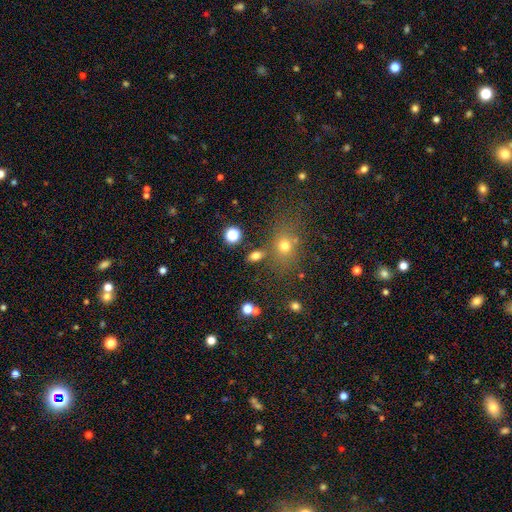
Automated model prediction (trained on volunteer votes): Q: Smooth or featured?
A: smooth (74%); runner-up: star or artifact (17%)
Q: How rounded?
A: in between (73%); runner-up: round (23%)
Q: Merging?
A: none (73%); runner-up: minor disturbance (11%)